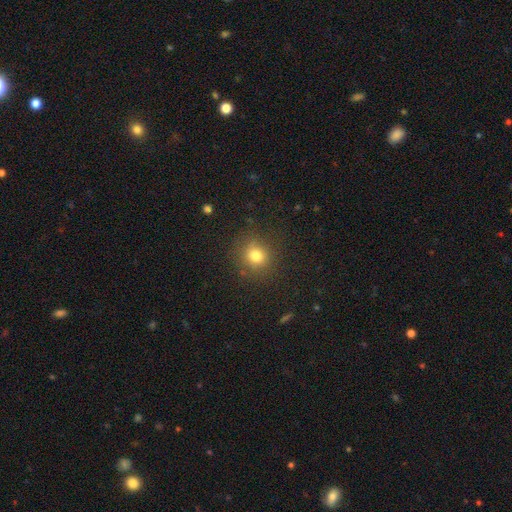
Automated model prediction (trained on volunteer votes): Smooth or featured? smooth (77%)
How rounded? round (86%)
Merging? none (84%)